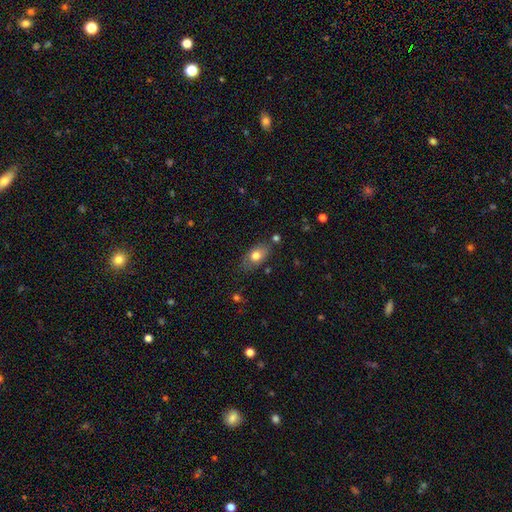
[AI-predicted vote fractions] smooth 75%, featured or disk 17%, star or artifact 8%. Down the decision tree: how rounded — in between (87%); merging — none (74%).